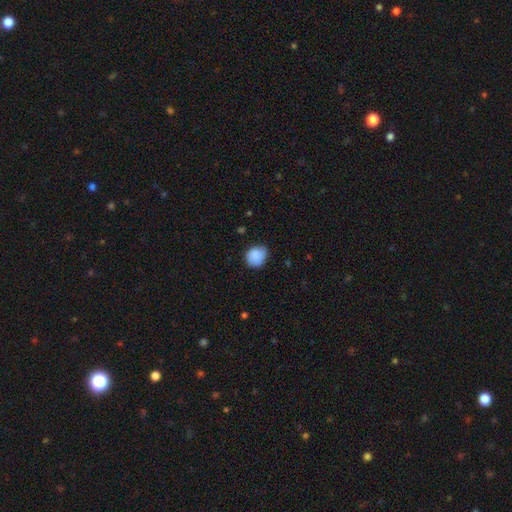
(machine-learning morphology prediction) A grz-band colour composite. It shows a smooth galaxy with no disk features (86%) that is round (72%). Merging: none (65%).